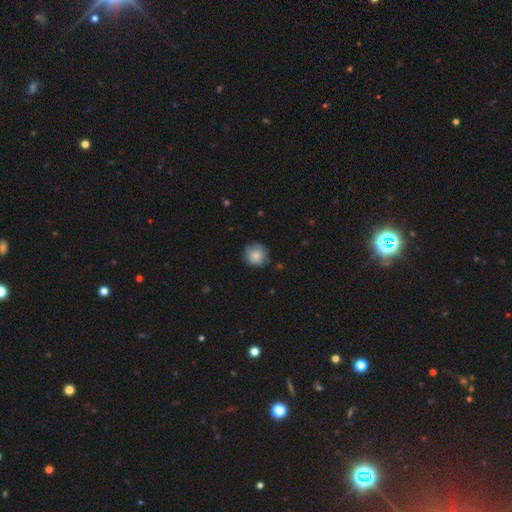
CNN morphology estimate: Smooth or featured? Predicted: smooth (p=0.82). How rounded? Predicted: round (p=0.92). Merging? Predicted: none (p=0.76).